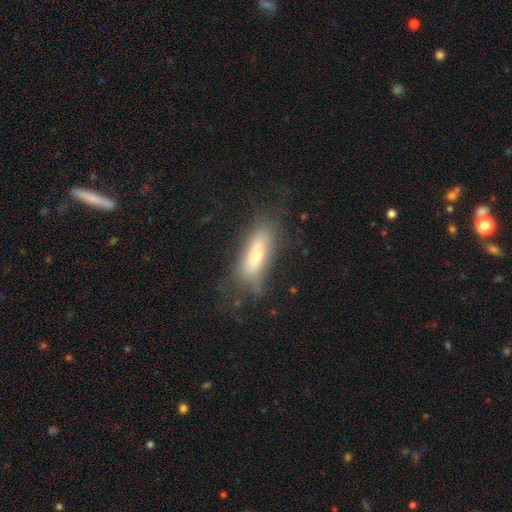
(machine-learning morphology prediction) type=smooth (61%); roundness=in between (55%); merging=none (58%).